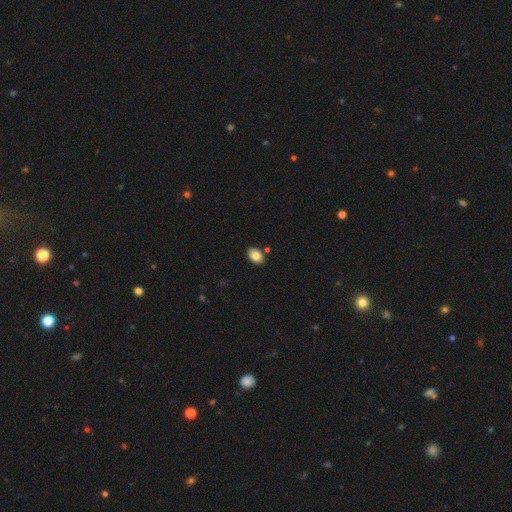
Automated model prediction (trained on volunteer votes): smooth 85%, star or artifact 8%, featured or disk 7%. Down the decision tree: how rounded — in between (84%); merging — none (85%).